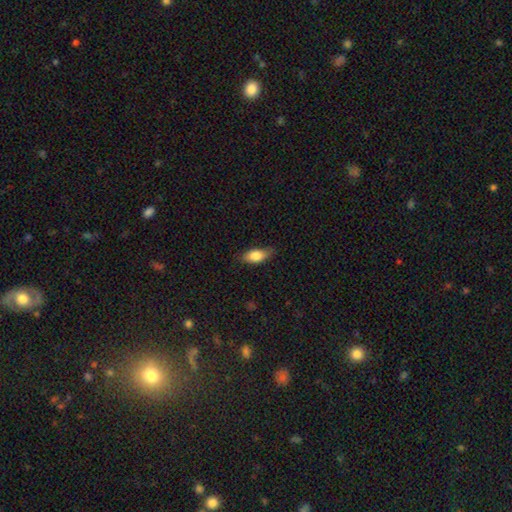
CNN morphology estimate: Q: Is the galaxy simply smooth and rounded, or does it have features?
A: smooth — 81%.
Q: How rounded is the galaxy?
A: in between — 84%.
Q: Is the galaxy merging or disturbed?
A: none — 75%.